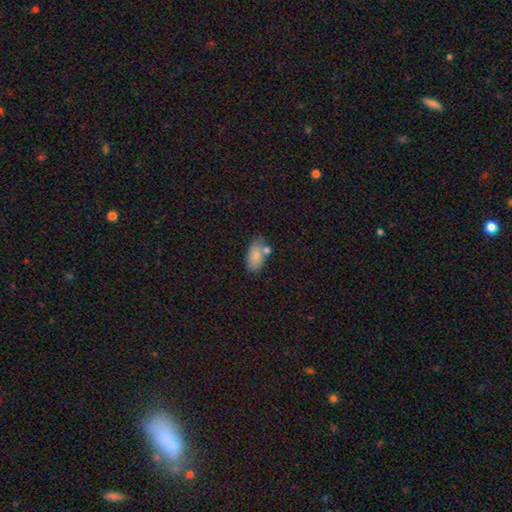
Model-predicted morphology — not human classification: Smooth or featured? smooth (81%)
How rounded? in between (92%)
Merging? none (57%)